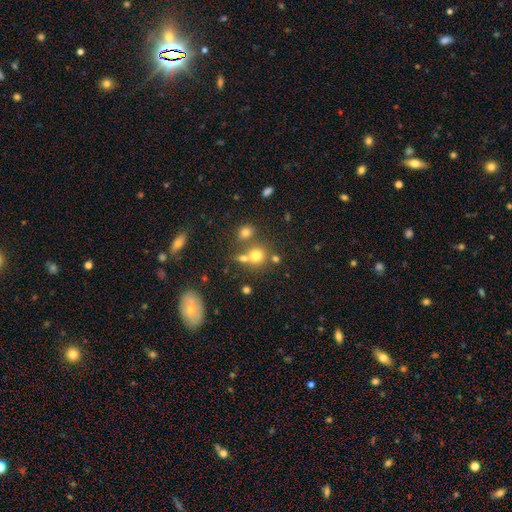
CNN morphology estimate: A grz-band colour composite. It shows a smooth galaxy with no disk features (71%) that is round (84%). Merging: none (57%).